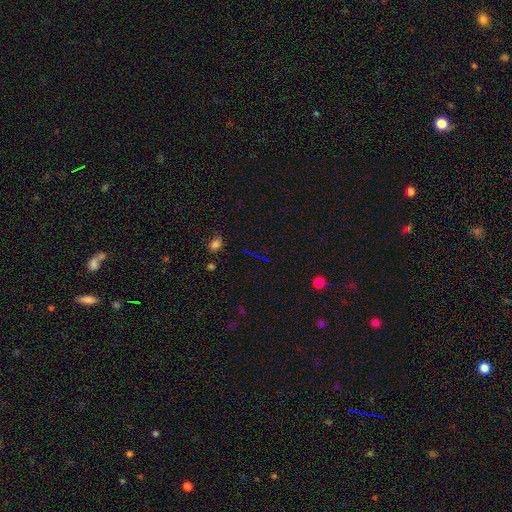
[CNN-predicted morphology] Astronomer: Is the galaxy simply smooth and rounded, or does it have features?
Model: star or artifact — 61%.